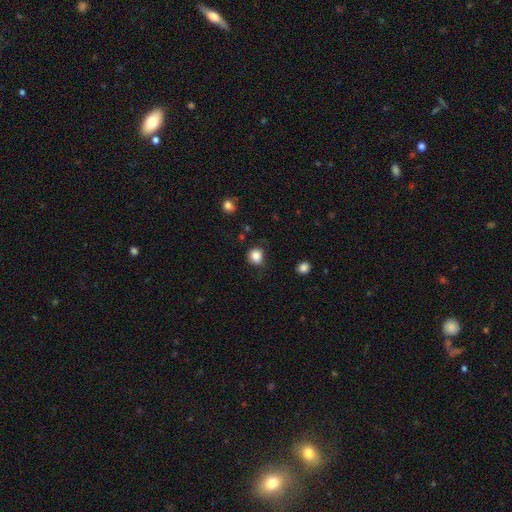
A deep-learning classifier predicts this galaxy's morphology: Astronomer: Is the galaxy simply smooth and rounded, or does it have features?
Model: smooth — 85%.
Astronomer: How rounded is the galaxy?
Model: round — 85%.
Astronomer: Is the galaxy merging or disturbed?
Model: none — 79%.